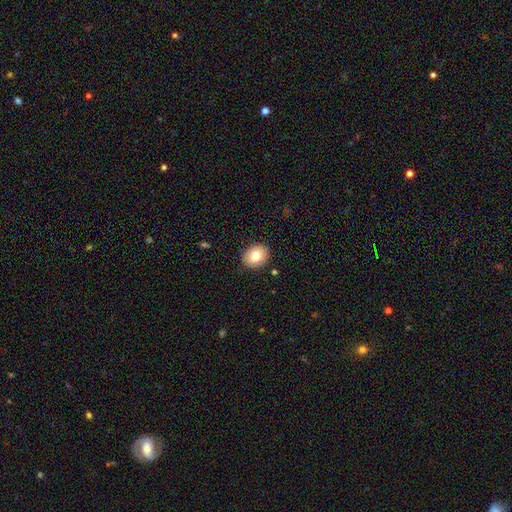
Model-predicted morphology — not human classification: type=smooth (78%); roundness=round (60%); merging=none (89%).